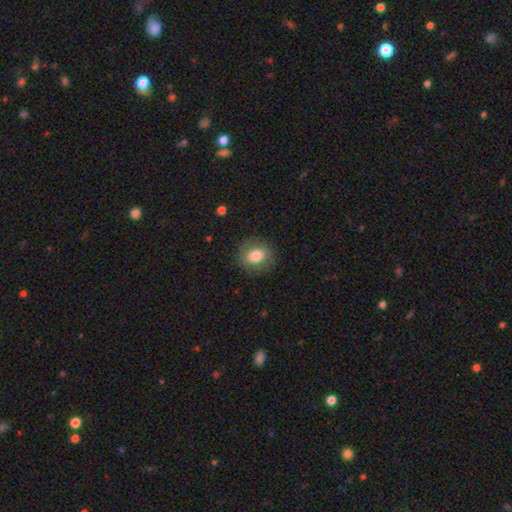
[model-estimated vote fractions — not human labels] This is likely a smooth galaxy (78%). How rounded: likely round (77%). Merging: clearly none (85%).